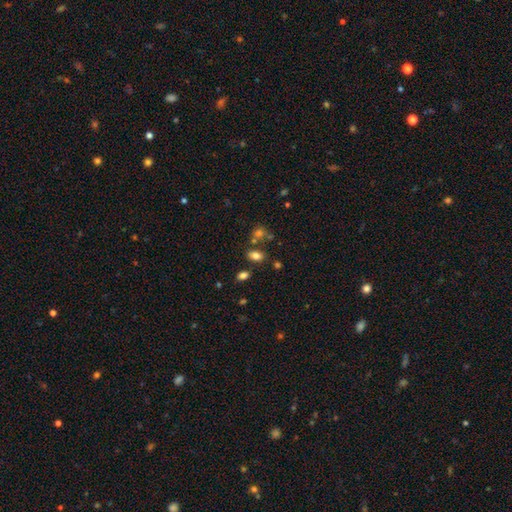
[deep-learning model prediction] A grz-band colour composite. It shows a smooth galaxy with no disk features (79%) that is in between round and cigar-shaped (86%). Merging: none (72%).